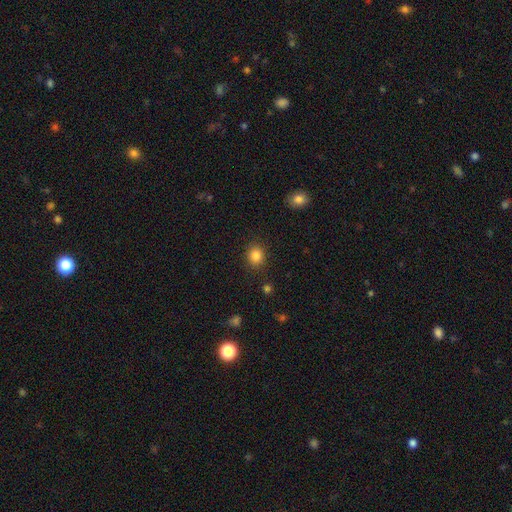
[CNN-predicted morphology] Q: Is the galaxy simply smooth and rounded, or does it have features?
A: smooth — 84%.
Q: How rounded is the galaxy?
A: round — 78%.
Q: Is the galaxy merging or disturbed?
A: none — 88%.